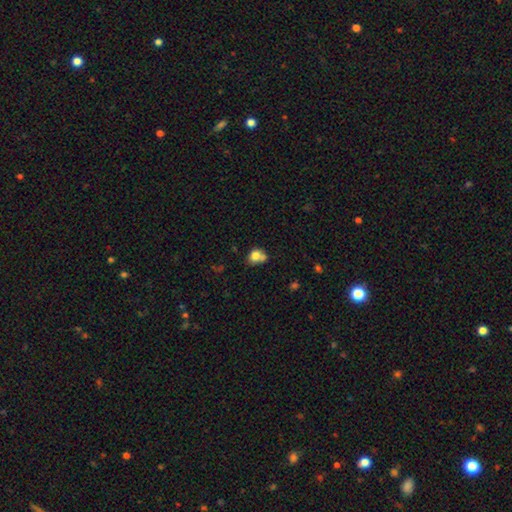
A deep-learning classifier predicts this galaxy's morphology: The model was most divided on "merging": none: 42%, merger: 35%, minor disturbance: 17%, major disturbance: 6%. More confident: smooth or featured — smooth (76%); how rounded — round (63%).